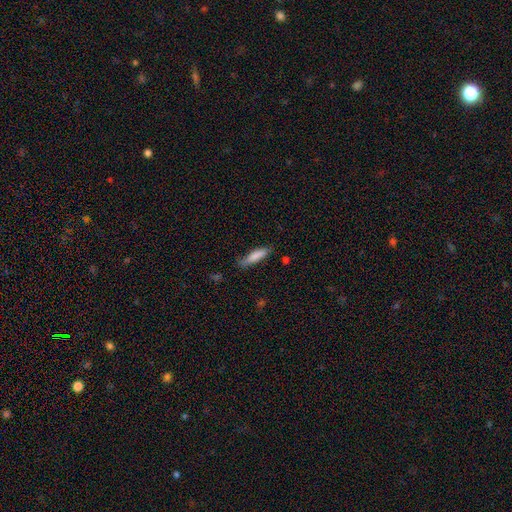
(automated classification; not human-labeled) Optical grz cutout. It shows a smooth galaxy with no disk features (81%) that is cigar-shaped (72%). Merging: none (73%).